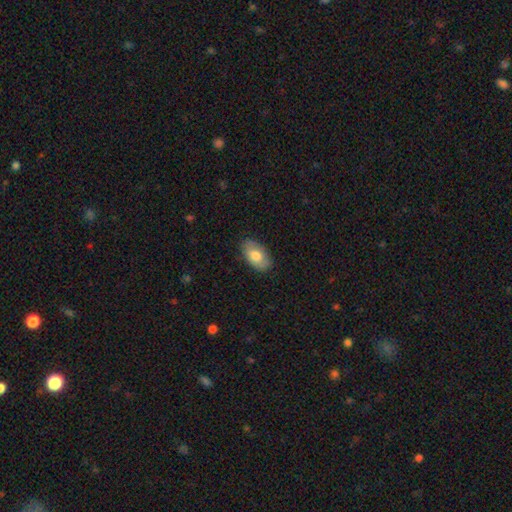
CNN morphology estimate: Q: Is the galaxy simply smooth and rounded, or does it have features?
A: smooth — 77%.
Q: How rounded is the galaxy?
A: in between — 94%.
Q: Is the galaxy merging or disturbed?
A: none — 84%.